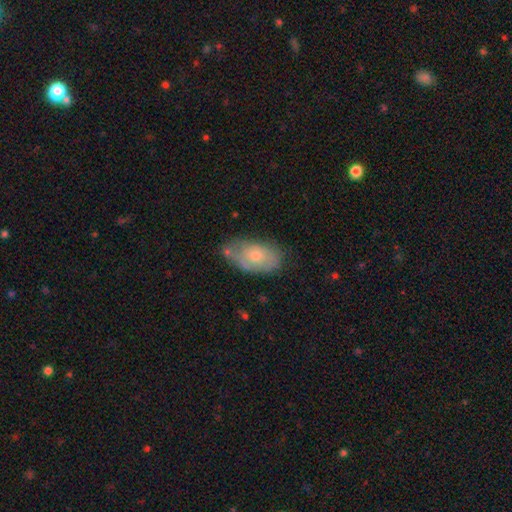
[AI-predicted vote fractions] Smooth or featured? Predicted: smooth (p=0.61). How rounded? Predicted: in between (p=0.91). Merging? Predicted: none (p=0.52).